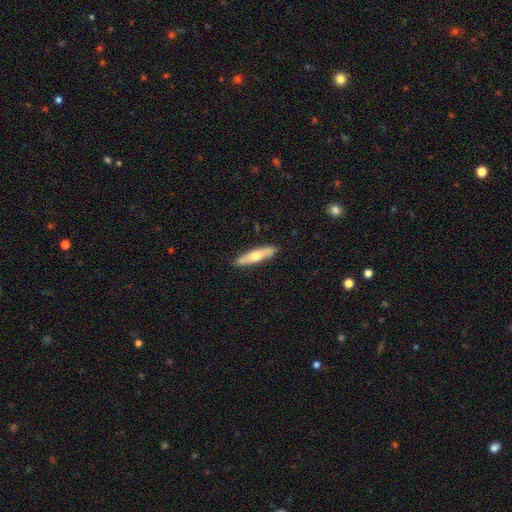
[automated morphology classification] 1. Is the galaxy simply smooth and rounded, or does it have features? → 54% smooth, 41% featured or disk, 5% star or artifact.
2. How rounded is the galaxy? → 74% cigar-shaped, 24% in between, 2% round.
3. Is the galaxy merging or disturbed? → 88% none, 9% minor disturbance, 2% major disturbance, 1% merger.